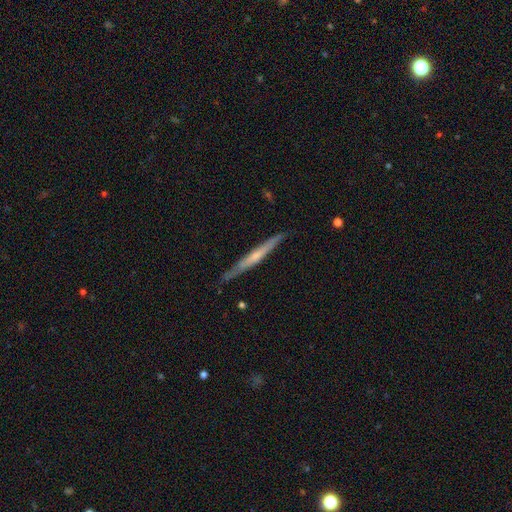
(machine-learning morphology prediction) Q: Smooth or featured?
A: featured or disk (60%); runner-up: smooth (35%)
Q: Edge-on disk?
A: yes (96%); runner-up: no (4%)
Q: Edge-on bulge?
A: none (55%); runner-up: rounded (36%)
Q: Merging?
A: none (84%); runner-up: minor disturbance (13%)